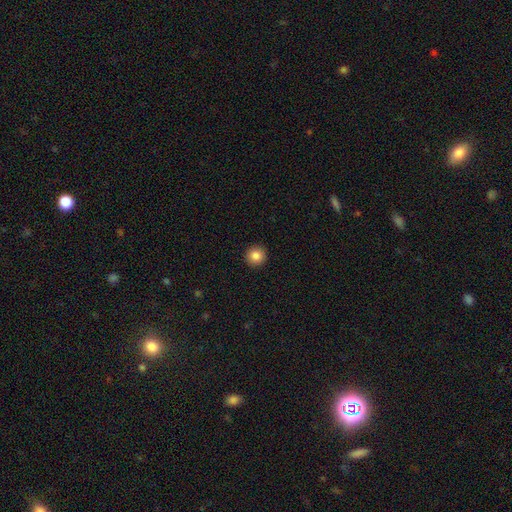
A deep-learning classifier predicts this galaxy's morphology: type=smooth (86%); roundness=round (95%); merging=none (93%).